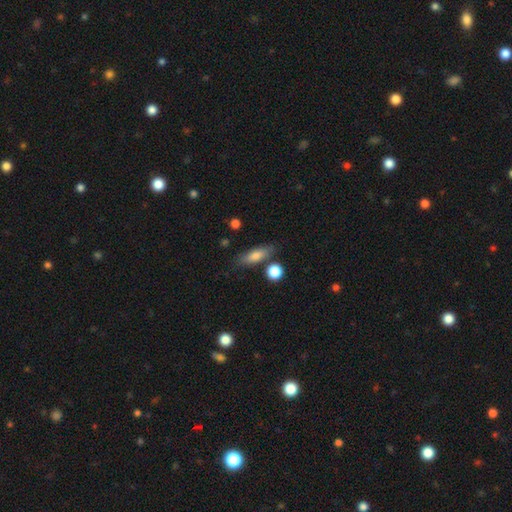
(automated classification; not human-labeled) This appears to be a smooth galaxy with no disk features (75%) that is in between round and cigar-shaped (55%). Merging: none (74%).